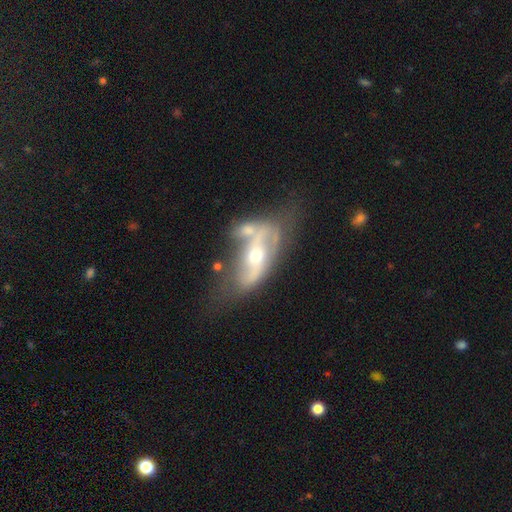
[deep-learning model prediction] A featured or disk galaxy (75%) with no bar (50%), spiral arms (61%) and a moderate central bulge (62%).

Vote fractions:
- Smooth or featured? featured or disk: 75% / smooth: 18% / star or artifact: 7%
- Edge-on disk? no: 85% / yes: 15%
- Bar? no: 50% / weak: 26% / strong: 25%
- Spiral arms? yes: 61% / no: 39%
- Bulge size? moderate: 62% / small: 31% / large: 4% / none: 1% / dominant: 1%
- Merging? merger: 31% / none: 30% / major disturbance: 20% / minor disturbance: 19%